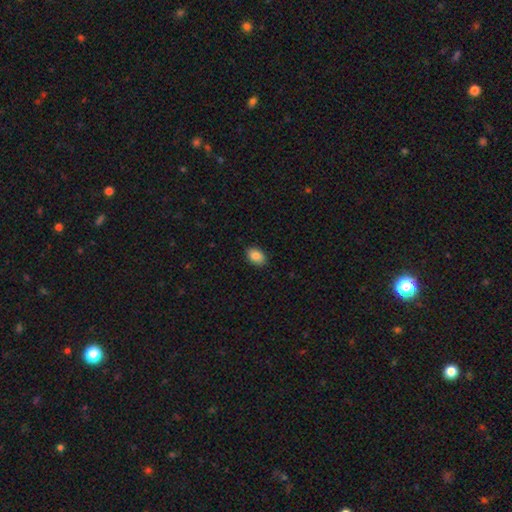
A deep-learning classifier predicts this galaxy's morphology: A smooth galaxy with no disk features (87%) that is in between round and cigar-shaped (85%). Merging: none (88%).